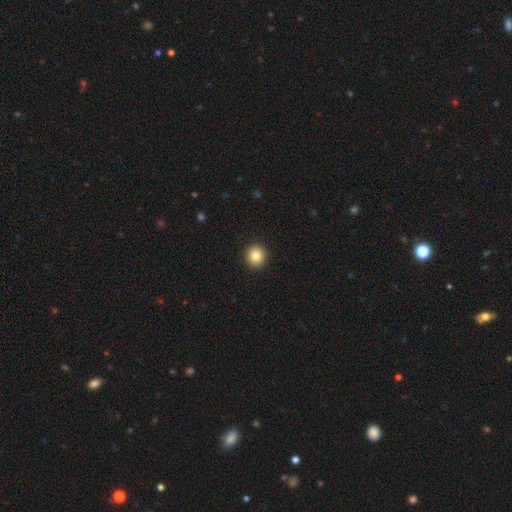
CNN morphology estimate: A smooth galaxy with no disk features (83%) that is round (93%). Merging: none (94%).